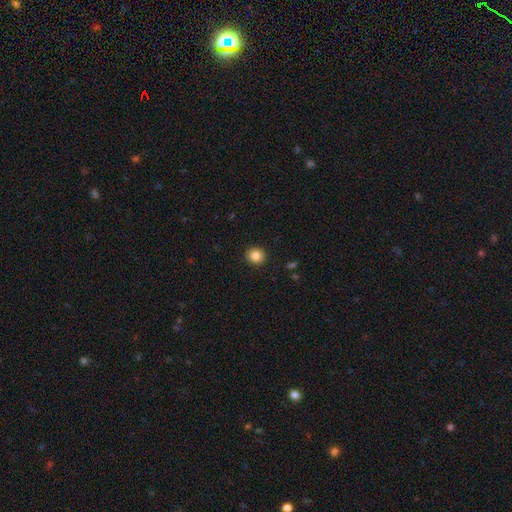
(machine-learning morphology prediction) Smooth or featured?
  - smooth: 84% *
  - star or artifact: 10%
  - featured or disk: 6%
How rounded?
  - round: 87% *
  - in between: 12%
  - cigar-shaped: 1%
Merging?
  - none: 92% *
  - minor disturbance: 5%
  - major disturbance: 2%
  - merger: 1%